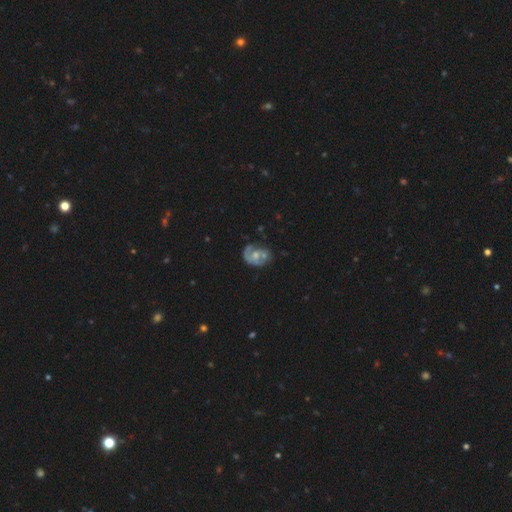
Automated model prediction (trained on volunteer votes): smooth_or_featured: featured or disk (p=0.69) [alt: smooth p=0.23]
disk_edge_on: no (p=0.98) [alt: yes p=0.02]
bar: no (p=0.74) [alt: weak p=0.22]
has_spiral_arms: yes (p=0.73) [alt: no p=0.27]
bulge_size: moderate (p=0.52) [alt: small p=0.35]
merging: none (p=0.41) [alt: minor disturbance p=0.22]